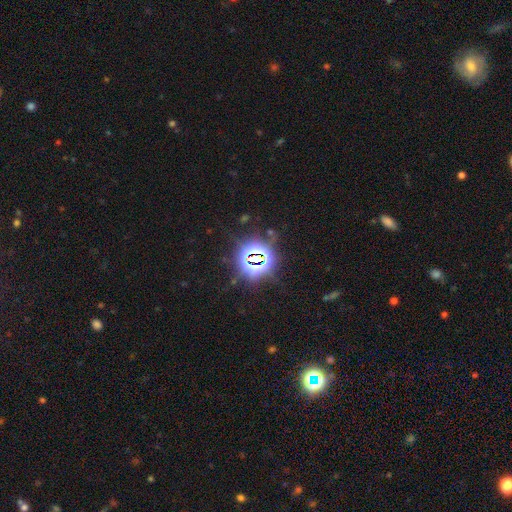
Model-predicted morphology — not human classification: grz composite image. It shows a star or artifact, not a galaxy (79%).